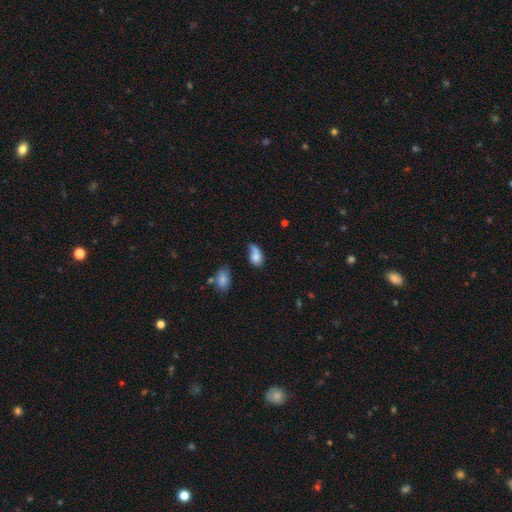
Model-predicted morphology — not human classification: smooth-or-featured: smooth: 73% | featured or disk: 17% | star or artifact: 10%
  how-rounded: in between: 78% | round: 18% | cigar-shaped: 3%
  merging: none: 28% | minor disturbance: 26% | merger: 24% | major disturbance: 21%